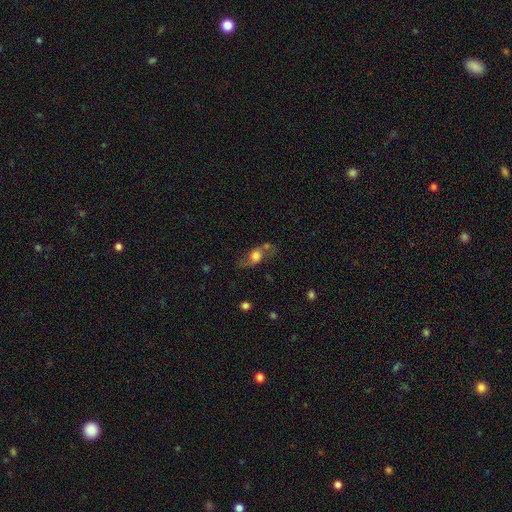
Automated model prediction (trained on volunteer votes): This is possibly a smooth galaxy (51%). How rounded: possibly in between (57%). Merging: possibly none (50%).